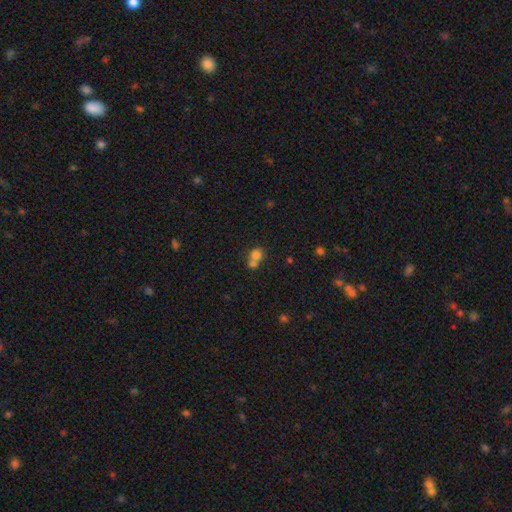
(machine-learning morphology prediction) smooth-or-featured: smooth: 74% | featured or disk: 13% | star or artifact: 13%
  how-rounded: round: 78% | in between: 21% | cigar-shaped: 1%
  merging: merger: 59% | none: 33% | minor disturbance: 6% | major disturbance: 3%